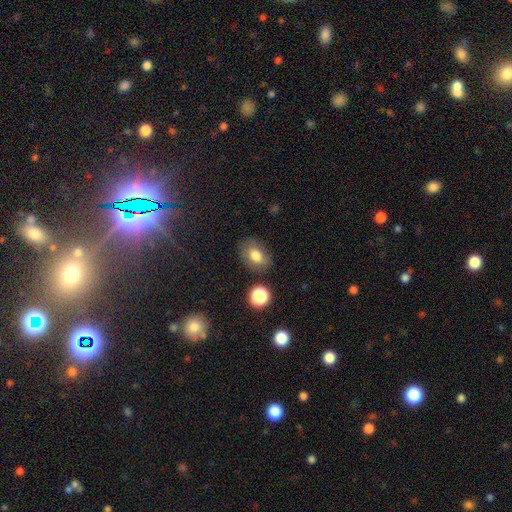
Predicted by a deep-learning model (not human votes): Smooth or featured: smooth — 76% (featured or disk — 13%)
How rounded: in between — 74% (round — 25%)
Merging: none — 76% (minor disturbance — 15%)